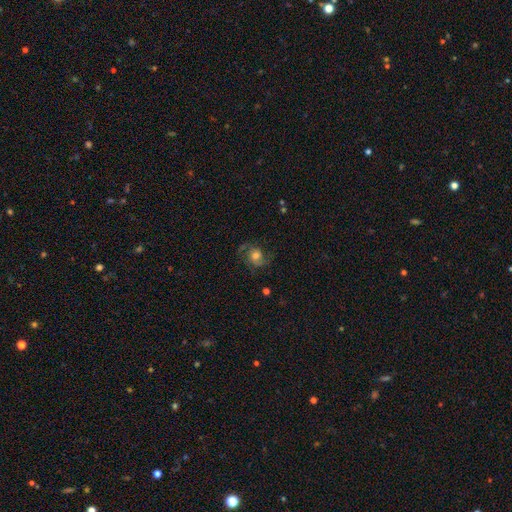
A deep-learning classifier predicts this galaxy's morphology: Smooth or featured? Predicted: featured or disk (p=0.68). Edge-on disk? Predicted: no (p=0.97). Bar? Predicted: no (p=0.68). Spiral arms? Predicted: yes (p=0.93). Spiral winding? Predicted: medium (p=0.49). Spiral arm count? Predicted: 2 (p=0.84). Bulge size? Predicted: moderate (p=0.57). Merging? Predicted: none (p=0.70).